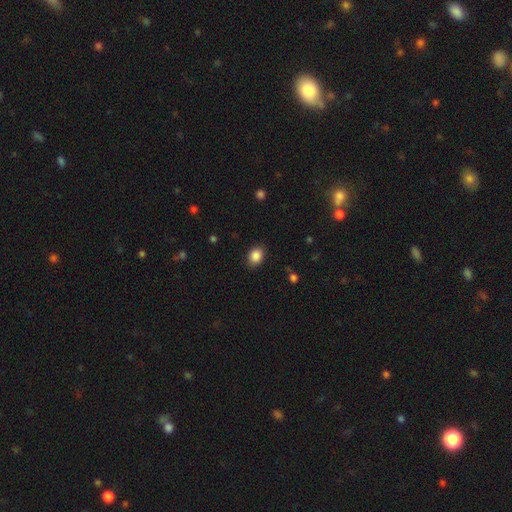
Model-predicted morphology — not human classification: Q: Smooth or featured?
A: smooth (87%); runner-up: star or artifact (9%)
Q: How rounded?
A: in between (62%); runner-up: round (37%)
Q: Merging?
A: none (87%); runner-up: minor disturbance (10%)